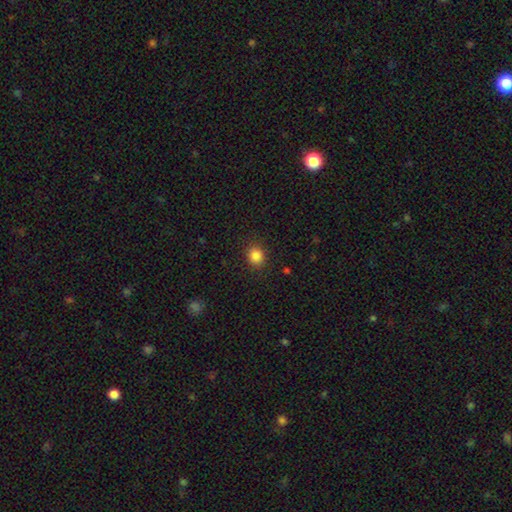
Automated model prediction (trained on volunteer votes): Smooth or featured: smooth — 85% (star or artifact — 11%)
How rounded: round — 74% (in between — 25%)
Merging: none — 89% (minor disturbance — 8%)